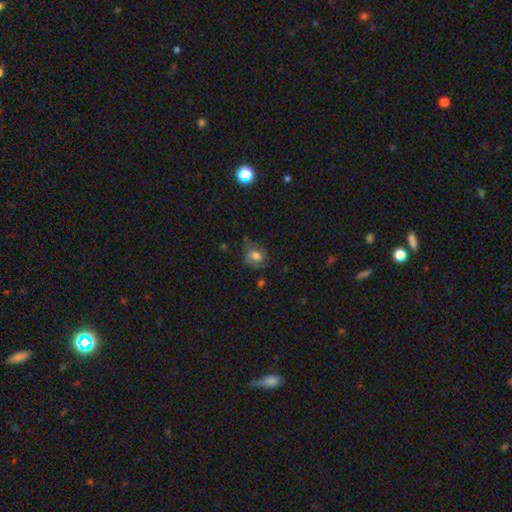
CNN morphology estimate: A smooth galaxy with no disk features (46%).

Vote fractions:
- Smooth or featured? smooth: 46% / featured or disk: 44% / star or artifact: 10%
- Merging? none: 57% / minor disturbance: 26% / major disturbance: 15% / merger: 2%